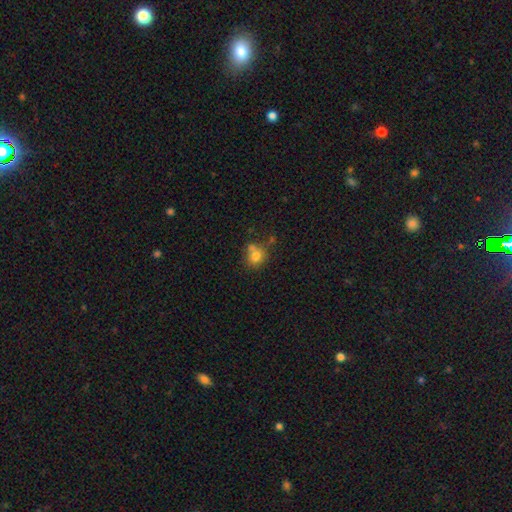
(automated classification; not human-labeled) Morphology: type=smooth (76%); roundness=round (74%); merging=none (51%).